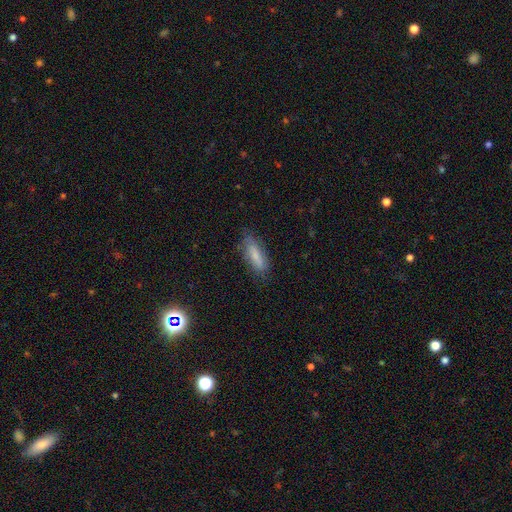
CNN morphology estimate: A smooth galaxy with no disk features (69%) that is in between round and cigar-shaped (56%). Merging: none (72%).